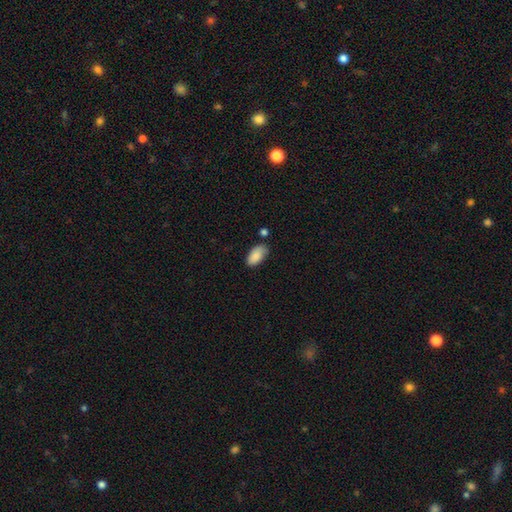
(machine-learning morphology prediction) Smooth or featured: smooth — 87% (featured or disk — 7%)
How rounded: in between — 95% (cigar-shaped — 3%)
Merging: none — 71% (minor disturbance — 20%)